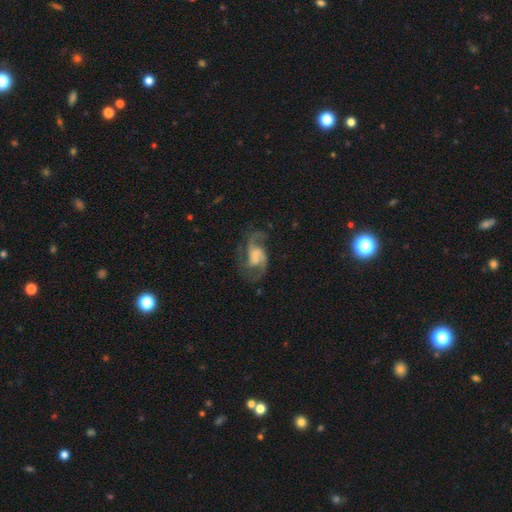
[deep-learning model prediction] featured or disk 83%, smooth 11%, star or artifact 7%. Down the decision tree: edge-on disk — no (98%); bar — weak (44%); spiral arms — yes (94%); spiral arm count — 2 (49%); spiral winding — medium (49%); bulge size — small (34%); merging — none (51%).